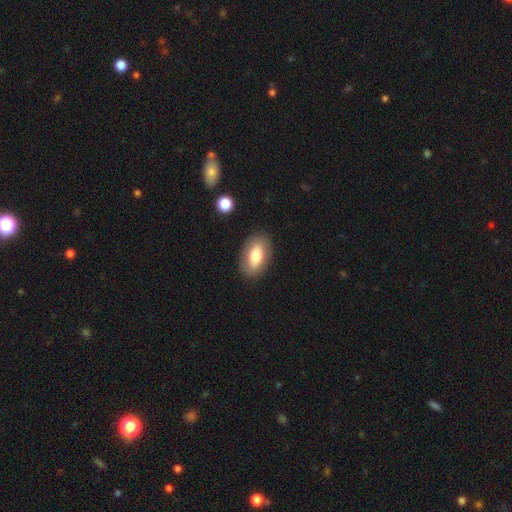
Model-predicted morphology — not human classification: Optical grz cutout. It shows a smooth galaxy with no disk features (74%) that is in between round and cigar-shaped (92%). Merging: none (86%).